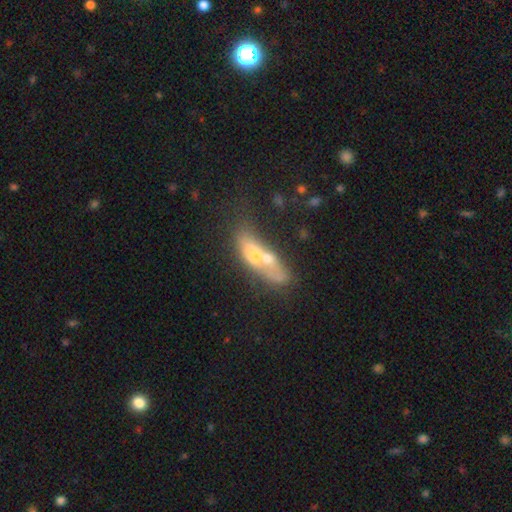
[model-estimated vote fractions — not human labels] Q: Smooth or featured?
A: smooth (48%); runner-up: featured or disk (42%)
Q: Merging?
A: merger (59%); runner-up: none (20%)